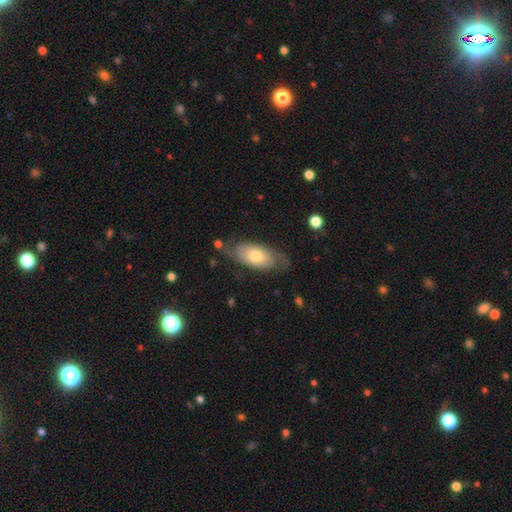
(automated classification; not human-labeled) A featured or disk galaxy (53%). Merging: none (65%).